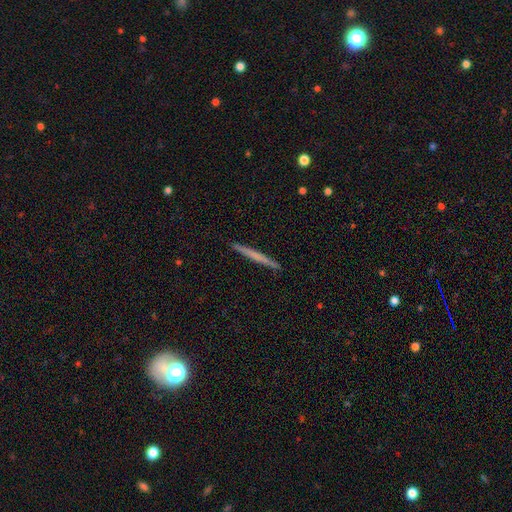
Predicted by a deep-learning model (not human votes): Smooth or featured? Predicted: smooth (p=0.50). Merging? Predicted: none (p=0.92).